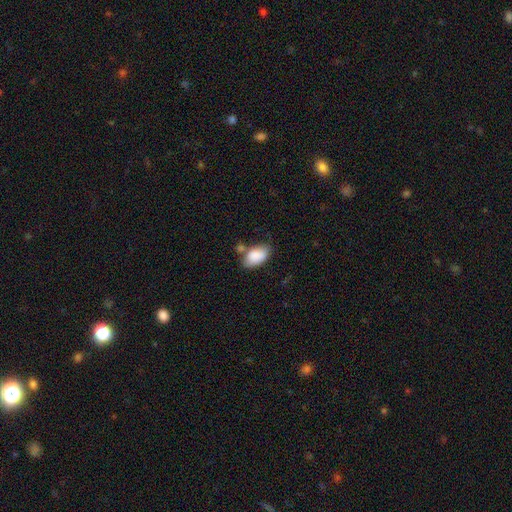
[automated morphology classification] This is clearly a smooth galaxy (86%). How rounded: clearly in between (93%). Merging: possibly none (53%).